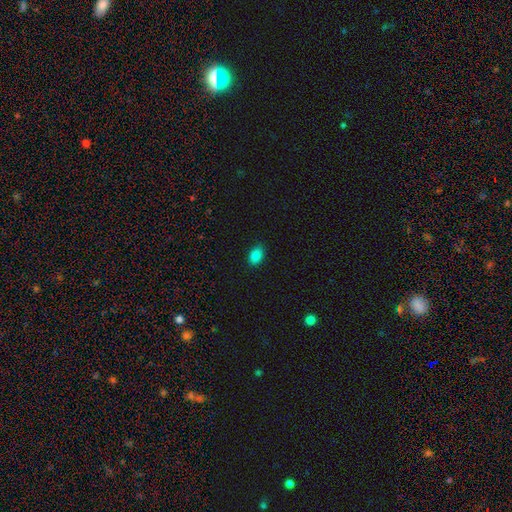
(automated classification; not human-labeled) Smooth or featured? Predicted: smooth (p=0.86). How rounded? Predicted: in between (p=0.87). Merging? Predicted: none (p=0.87).